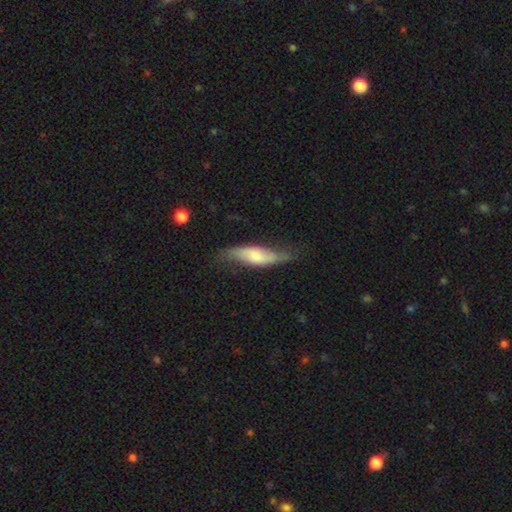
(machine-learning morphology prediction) This is possibly a smooth galaxy (49%). Merging: possibly none (58%).